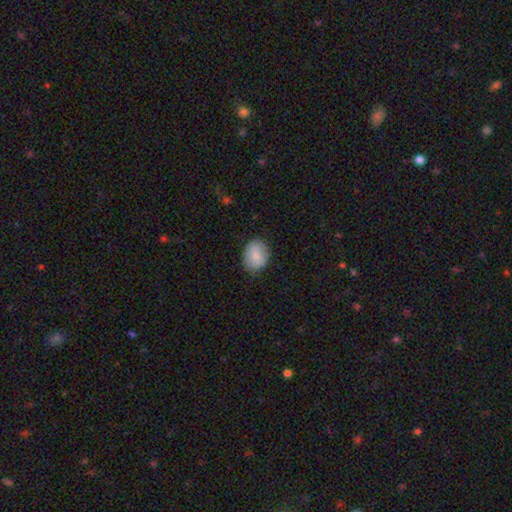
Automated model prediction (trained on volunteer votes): This is clearly a smooth galaxy (81%). How rounded: possibly in between (55%). Merging: clearly none (80%).